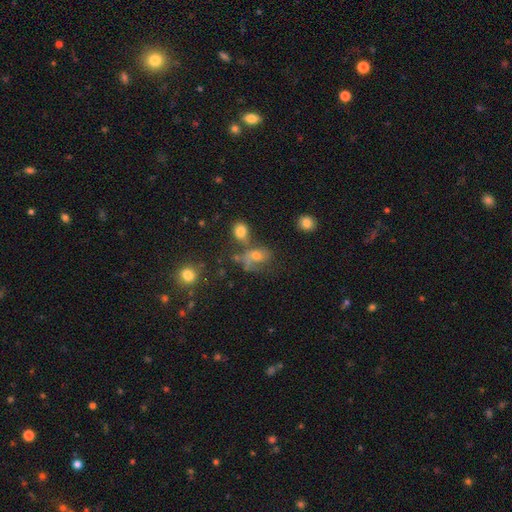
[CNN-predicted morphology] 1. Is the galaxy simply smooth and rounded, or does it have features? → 52% smooth, 30% featured or disk, 18% star or artifact.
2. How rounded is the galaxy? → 57% in between, 41% round, 2% cigar-shaped.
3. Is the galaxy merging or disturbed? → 37% none, 22% merger, 20% minor disturbance, 20% major disturbance.